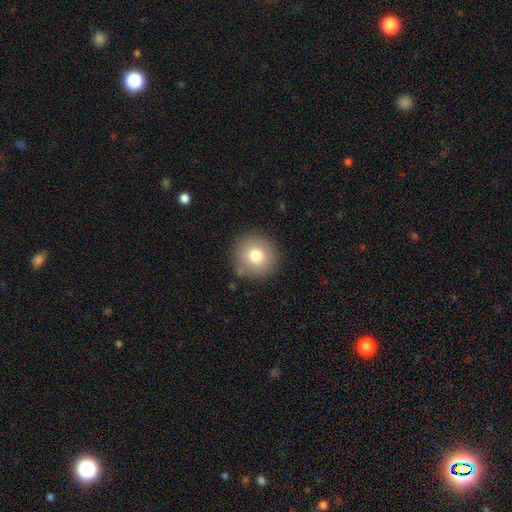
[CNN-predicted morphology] smooth_or_featured: smooth (p=0.78) [alt: featured or disk p=0.12]
how_rounded: round (p=0.95) [alt: in between p=0.05]
merging: none (p=0.87) [alt: minor disturbance p=0.09]